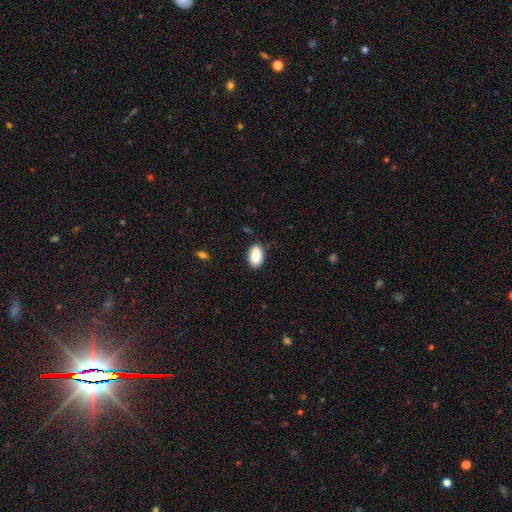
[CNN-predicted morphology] smooth_or_featured: smooth (p=0.90) [alt: star or artifact p=0.07]
how_rounded: in between (p=0.93) [alt: round p=0.06]
merging: none (p=0.85) [alt: minor disturbance p=0.11]